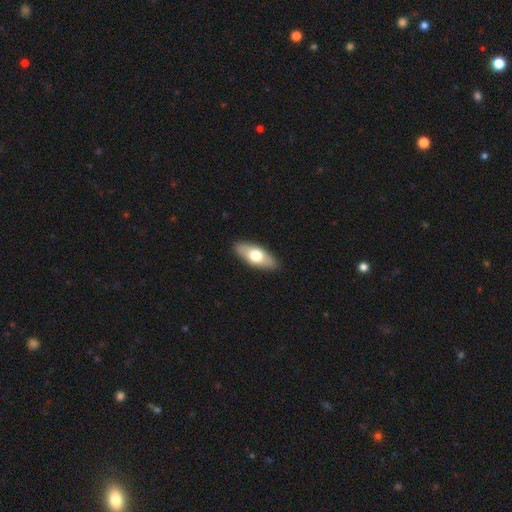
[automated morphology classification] Overall: smooth (63%; featured or disk 31%). How rounded: in between (79%). Merging: none (89%).